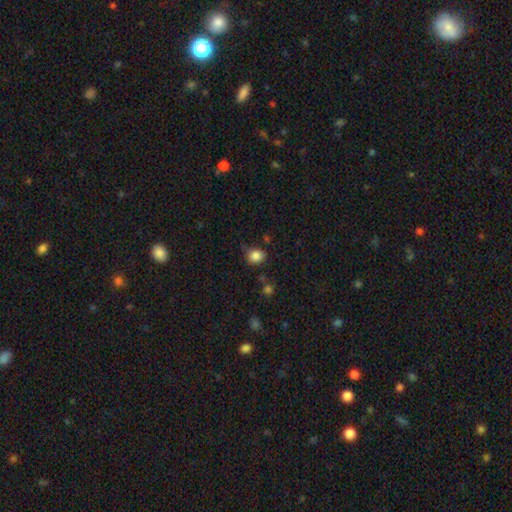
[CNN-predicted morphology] Smooth or featured? smooth (84%)
How rounded? round (58%)
Merging? none (70%)